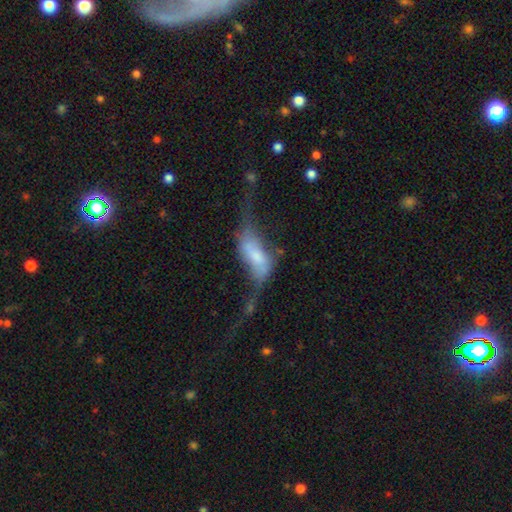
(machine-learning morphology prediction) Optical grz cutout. It shows a featured or disk galaxy (60%). Merging: major disturbance (50%).